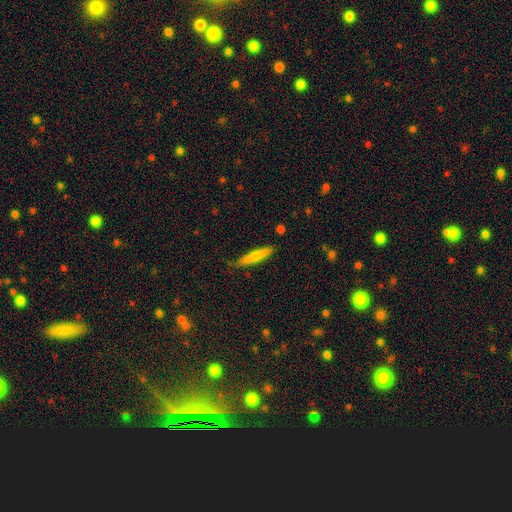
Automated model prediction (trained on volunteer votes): smooth-or-featured: smooth: 73% | featured or disk: 21% | star or artifact: 6%
  how-rounded: cigar-shaped: 91% | in between: 8% | round: 1%
  merging: none: 83% | minor disturbance: 14% | major disturbance: 2% | merger: 2%